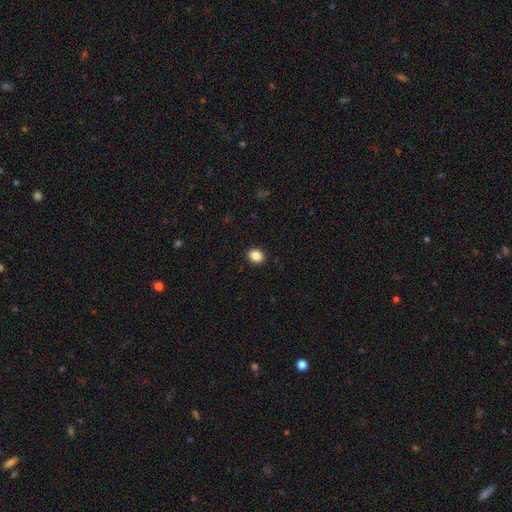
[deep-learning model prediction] Overall: smooth (87%). How rounded: round (54%; in between 45%). Merging: none (91%).